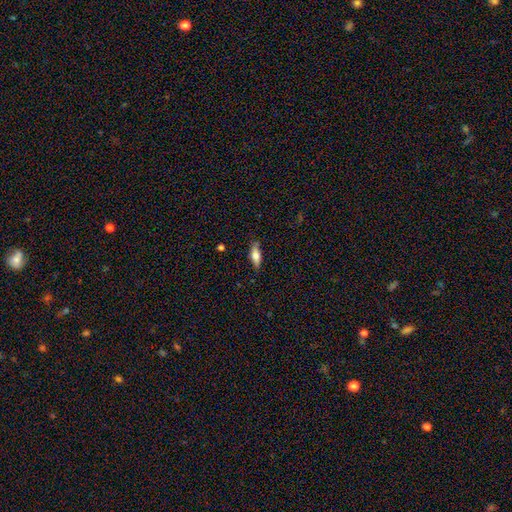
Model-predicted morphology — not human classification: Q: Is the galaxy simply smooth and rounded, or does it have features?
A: smooth — 65%.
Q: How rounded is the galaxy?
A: in between — 57%.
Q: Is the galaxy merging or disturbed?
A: none — 81%.